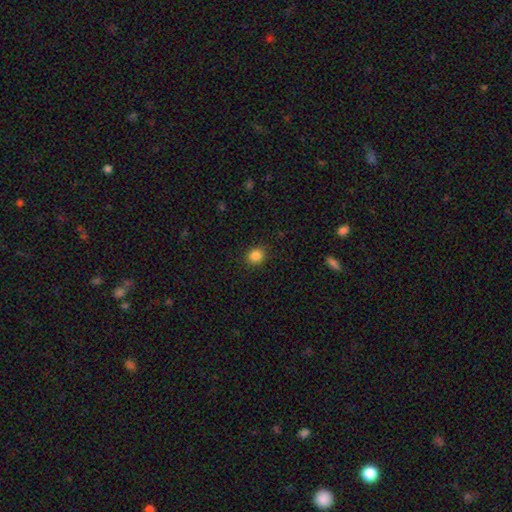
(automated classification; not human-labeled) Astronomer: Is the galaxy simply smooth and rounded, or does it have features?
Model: smooth — 85%.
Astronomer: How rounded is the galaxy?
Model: round — 78%.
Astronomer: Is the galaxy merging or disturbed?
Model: none — 90%.